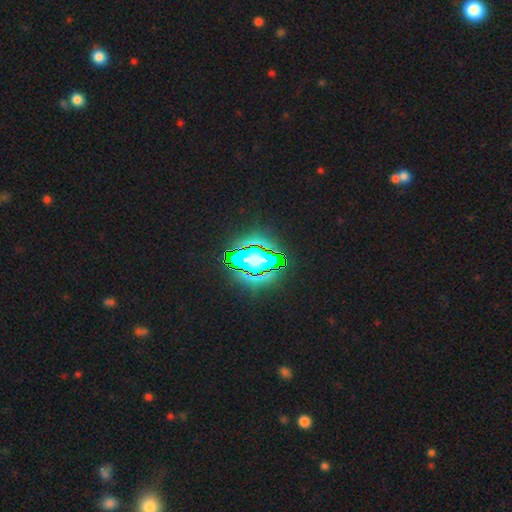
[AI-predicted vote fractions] A star or artifact, not a galaxy (73%).